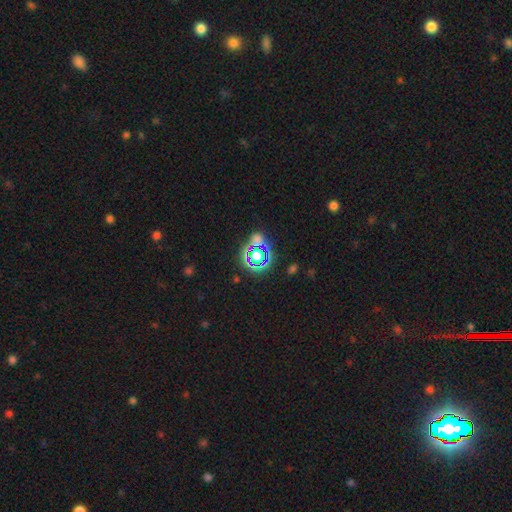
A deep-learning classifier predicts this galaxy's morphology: smooth_or_featured: star or artifact (p=0.58) [alt: smooth p=0.29]